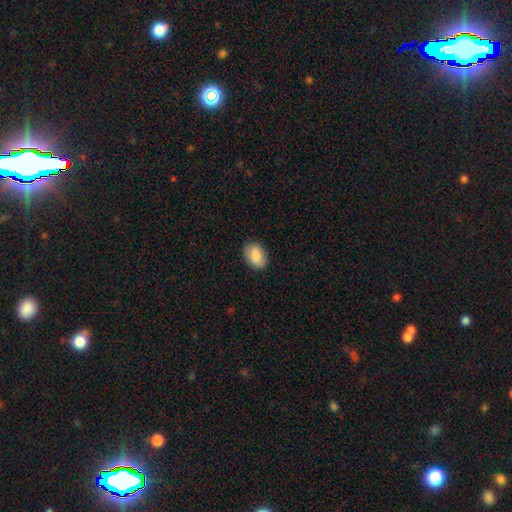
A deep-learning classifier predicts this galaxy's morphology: Smooth or featured: smooth — 87% (star or artifact — 7%)
How rounded: in between — 82% (round — 17%)
Merging: none — 86% (minor disturbance — 10%)